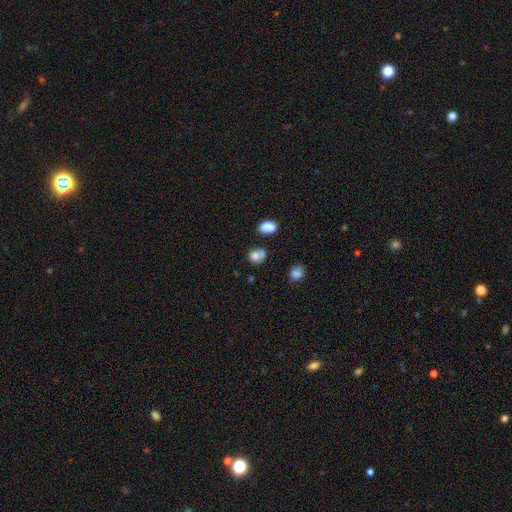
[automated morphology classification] This is likely a smooth galaxy (76%). How rounded: likely round (71%). Merging: possibly none (50%).